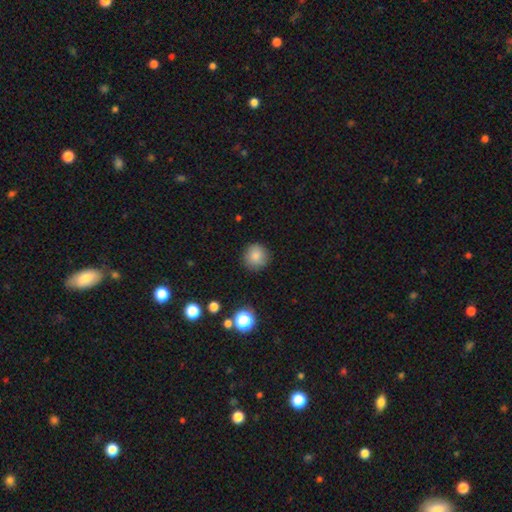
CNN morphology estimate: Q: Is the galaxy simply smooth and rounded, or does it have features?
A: smooth — 84%.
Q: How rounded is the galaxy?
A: round — 94%.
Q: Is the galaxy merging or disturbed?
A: none — 88%.